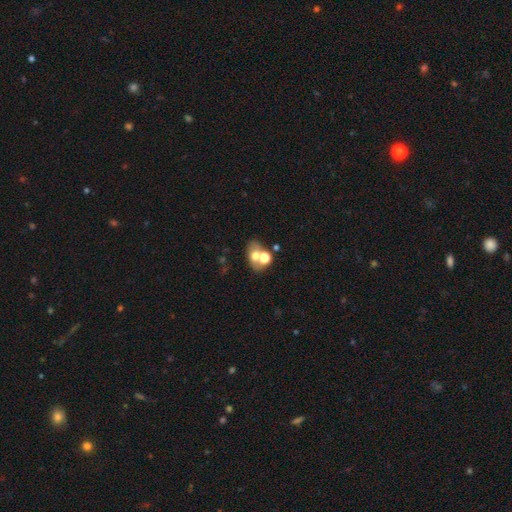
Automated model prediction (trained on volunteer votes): A smooth galaxy with no disk features (58%) that is in between round and cigar-shaped (63%).

Vote fractions:
- Smooth or featured? smooth: 58% / featured or disk: 27% / star or artifact: 14%
- How rounded? in between: 63% / round: 36% / cigar-shaped: 1%
- Merging? merger: 43% / none: 41% / minor disturbance: 10% / major disturbance: 6%